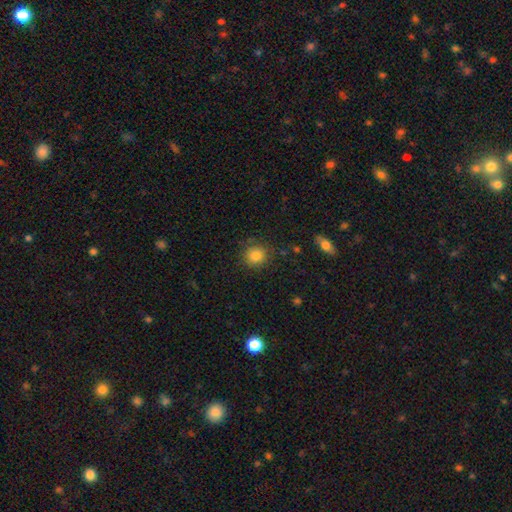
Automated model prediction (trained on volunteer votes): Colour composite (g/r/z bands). It shows a smooth galaxy with no disk features (83%) that is round (89%). Merging: none (85%).